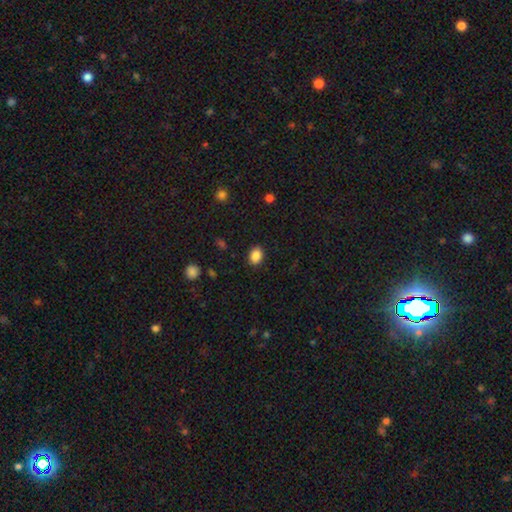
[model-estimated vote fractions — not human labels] A smooth galaxy with no disk features (88%) that is in between round and cigar-shaped (69%). Merging: none (88%).